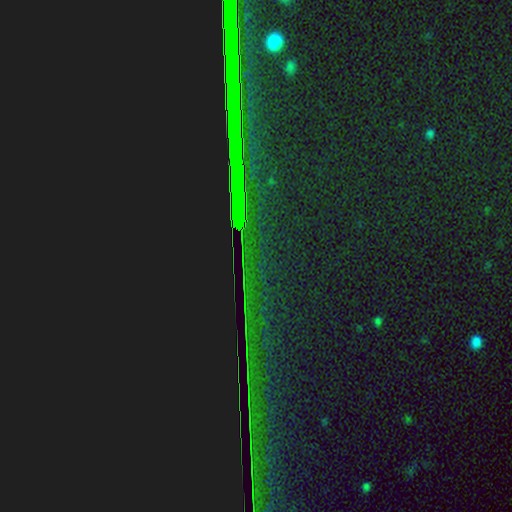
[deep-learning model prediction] Smooth or featured? star or artifact (86%)